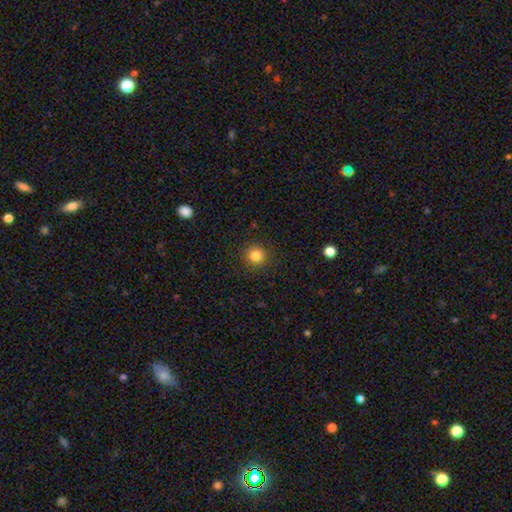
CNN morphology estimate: This is clearly a smooth galaxy (84%). How rounded: clearly round (90%). Merging: clearly none (90%).